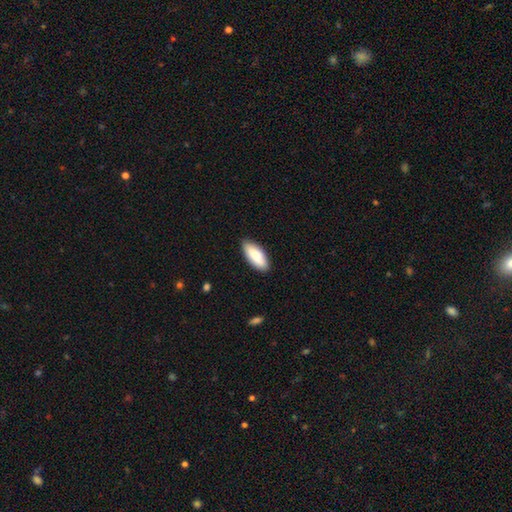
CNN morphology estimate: smooth-or-featured: smooth: 84% | featured or disk: 10% | star or artifact: 5%
  how-rounded: in between: 80% | cigar-shaped: 19% | round: 2%
  merging: none: 87% | minor disturbance: 10% | major disturbance: 2% | merger: 1%